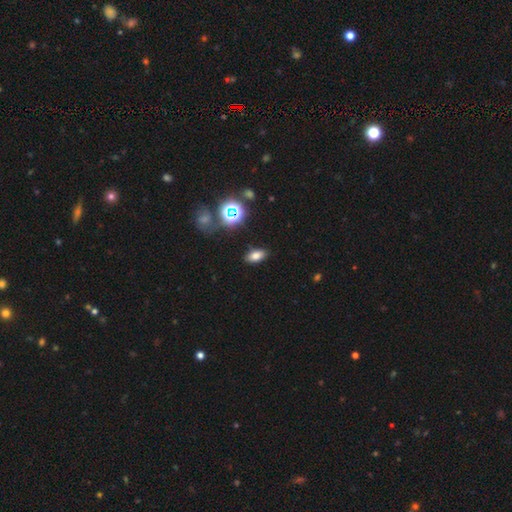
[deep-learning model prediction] The model was most divided on "smooth or featured": smooth: 73%, star or artifact: 17%, featured or disk: 10%. More confident: how rounded — in between (87%); merging — none (86%).